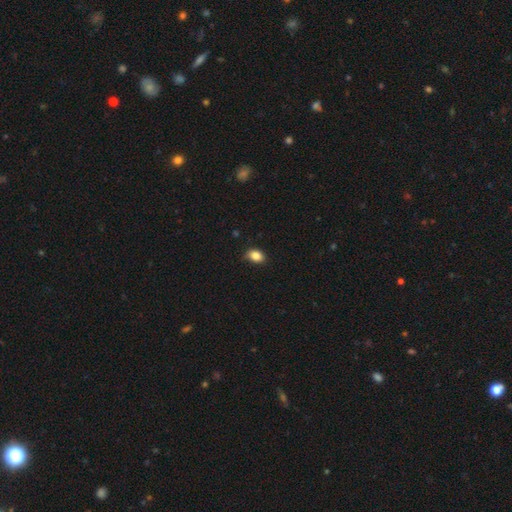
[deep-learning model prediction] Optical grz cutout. It shows a smooth galaxy with no disk features (85%) that is in between round and cigar-shaped (77%). Merging: none (82%).